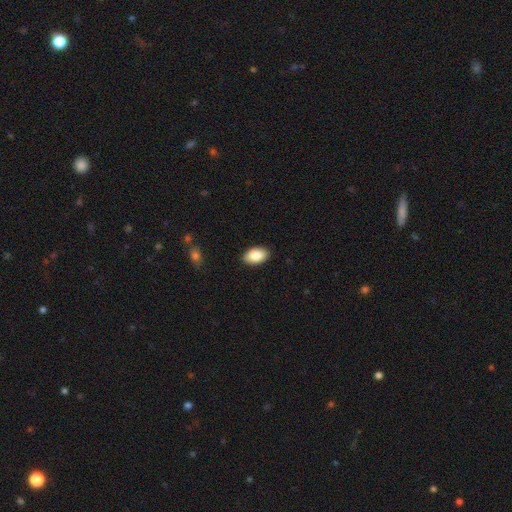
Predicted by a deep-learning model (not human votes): Smooth or featured? smooth (87%)
How rounded? in between (94%)
Merging? none (89%)